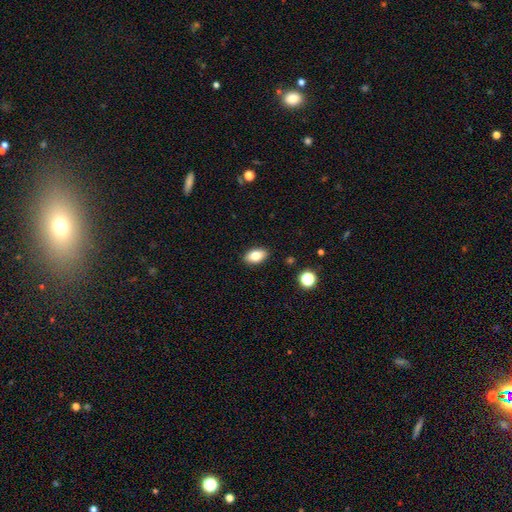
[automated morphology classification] Q: Smooth or featured?
A: smooth (80%); runner-up: featured or disk (12%)
Q: How rounded?
A: in between (89%); runner-up: round (8%)
Q: Merging?
A: none (88%); runner-up: minor disturbance (9%)